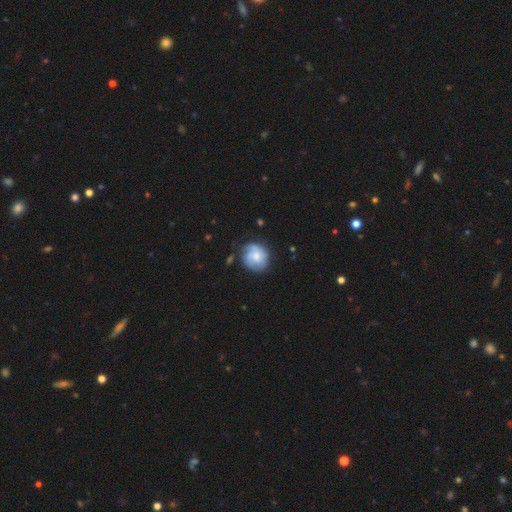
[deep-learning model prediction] Smooth or featured? featured or disk (50%)
Edge-on disk? no (98%)
Merging? none (67%)